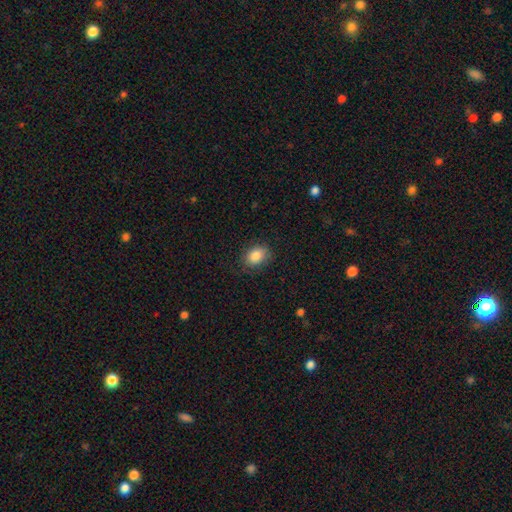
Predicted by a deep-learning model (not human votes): A smooth galaxy with no disk features (86%) that is in between round and cigar-shaped (71%). Merging: none (82%).